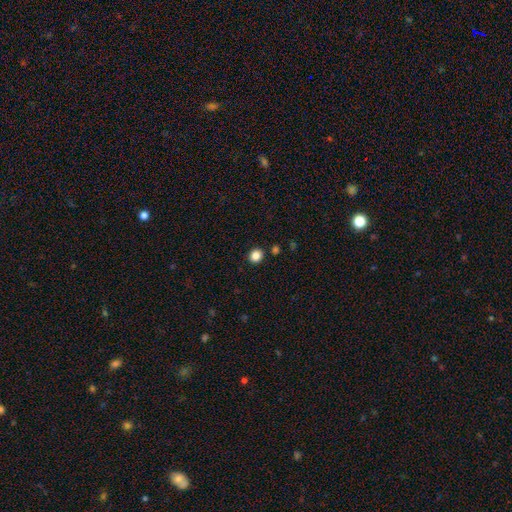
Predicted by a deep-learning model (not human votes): Smooth or featured? Predicted: smooth (p=0.85). How rounded? Predicted: round (p=0.82). Merging? Predicted: none (p=0.90).